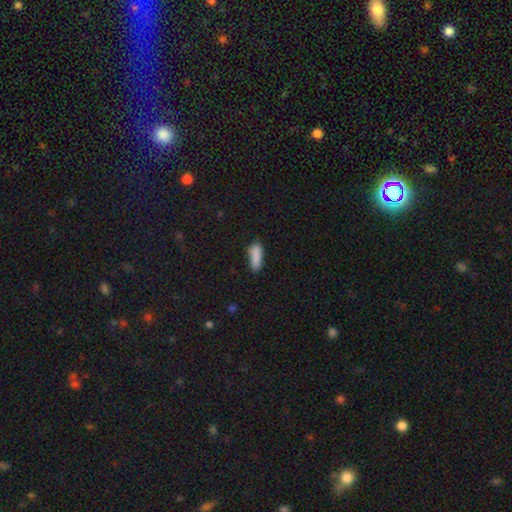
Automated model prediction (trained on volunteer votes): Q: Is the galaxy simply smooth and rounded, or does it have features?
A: smooth — 87%.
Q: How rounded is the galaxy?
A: in between — 53%.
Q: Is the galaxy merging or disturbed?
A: none — 74%.